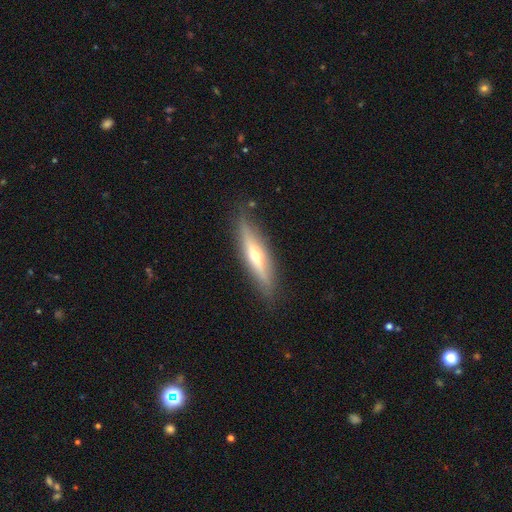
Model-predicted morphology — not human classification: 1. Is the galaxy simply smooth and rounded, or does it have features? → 64% featured or disk, 30% smooth, 6% star or artifact.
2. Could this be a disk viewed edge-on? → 90% yes, 10% no.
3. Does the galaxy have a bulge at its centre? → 89% rounded, 8% none, 3% boxy.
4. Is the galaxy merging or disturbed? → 85% none, 11% minor disturbance, 2% major disturbance, 1% merger.